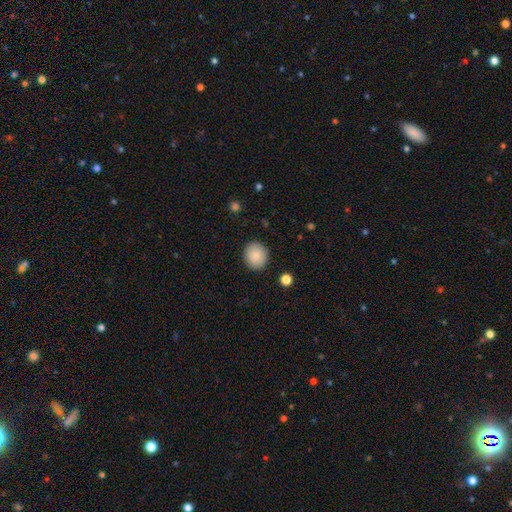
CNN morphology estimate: smooth_or_featured: smooth (p=0.89) [alt: star or artifact p=0.07]
how_rounded: round (p=0.79) [alt: in between p=0.20]
merging: none (p=0.90) [alt: minor disturbance p=0.07]